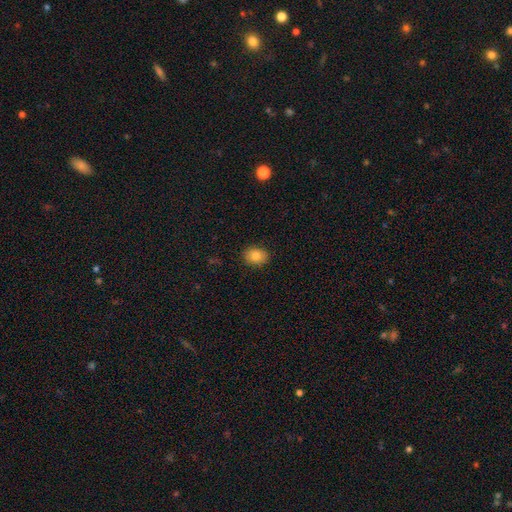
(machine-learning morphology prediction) Smooth or featured? smooth (82%)
How rounded? in between (53%)
Merging? none (89%)